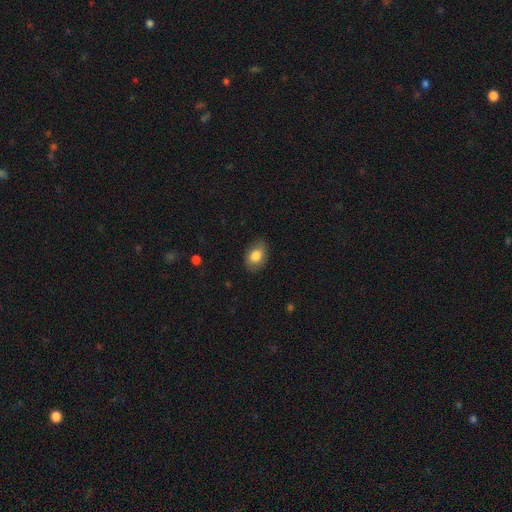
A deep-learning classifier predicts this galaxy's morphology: smooth_or_featured: smooth (p=0.81) [alt: featured or disk p=0.12]
how_rounded: in between (p=0.79) [alt: round p=0.19]
merging: none (p=0.81) [alt: minor disturbance p=0.14]